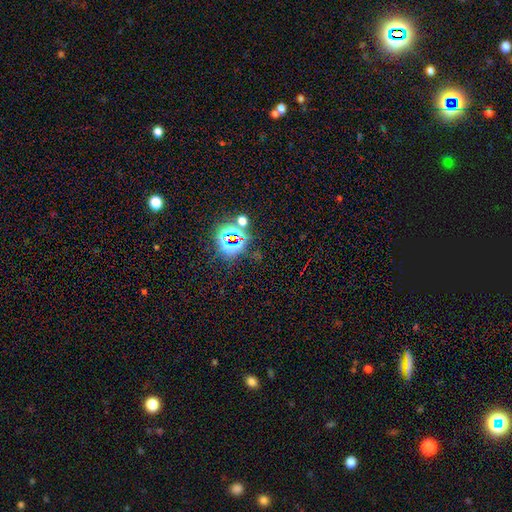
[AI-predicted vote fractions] This is likely a star or artifact rather than a galaxy (77%).